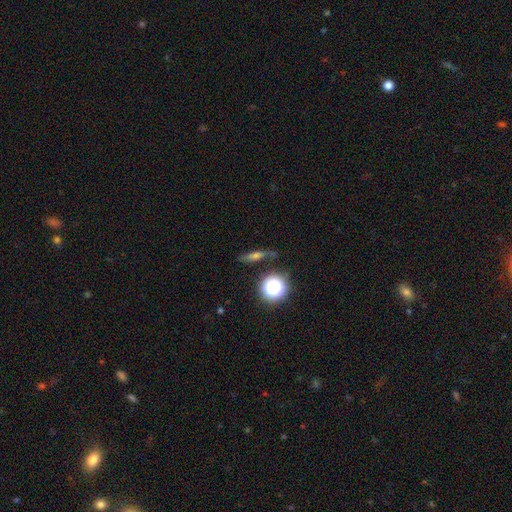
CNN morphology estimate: Smooth or featured: smooth — 40% (featured or disk — 38%)
Merging: none — 79% (minor disturbance — 14%)